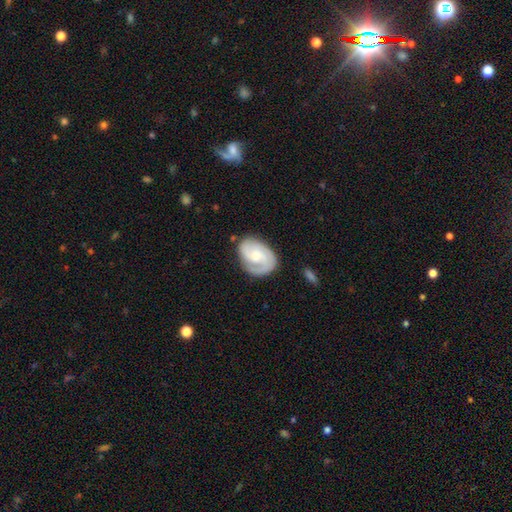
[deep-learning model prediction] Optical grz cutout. It shows a featured or disk galaxy (78%) with no bar (63%), 2 (56%) tight (51%) spiral arms (94%) and a moderate central bulge (48%). Merging: none (72%).